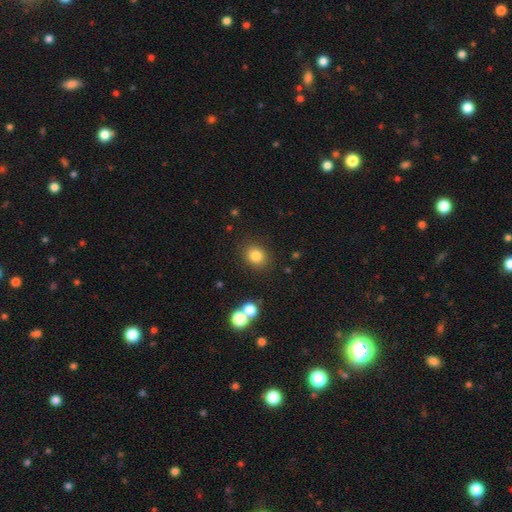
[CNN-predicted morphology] Q: Smooth or featured?
A: smooth (82%); runner-up: star or artifact (12%)
Q: How rounded?
A: round (72%); runner-up: in between (27%)
Q: Merging?
A: none (86%); runner-up: minor disturbance (8%)